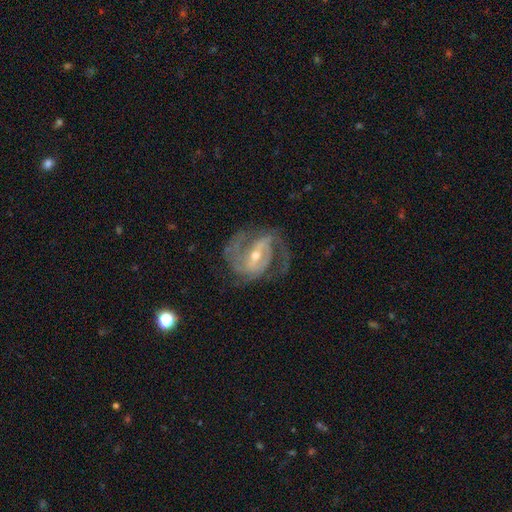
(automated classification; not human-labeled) Overall: featured or disk (91%). Edge-on disk: no (97%). Bar: strong (50%; weak 38%). Spiral arms: yes (97%). Spiral arm count: 2 (64%). Spiral winding: medium (52%; tight 34%). Bulge size: moderate (49%; small 47%). Merging: none (67%).